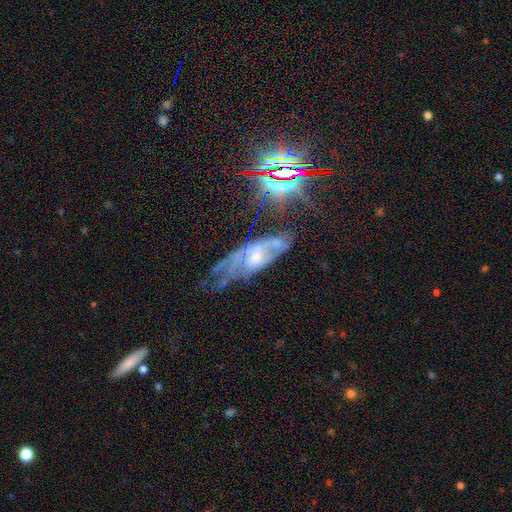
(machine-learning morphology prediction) Smooth or featured?
  - featured or disk: 68% *
  - star or artifact: 16%
  - smooth: 15%
Edge-on disk?
  - no: 83% *
  - yes: 17%
Bar?
  - no: 58% *
  - weak: 33%
  - strong: 9%
Spiral arms?
  - yes: 74% *
  - no: 26%
Bulge size?
  - small: 55% *
  - moderate: 35%
  - none: 6%
  - large: 2%
  - dominant: 1%
Merging?
  - none: 42% *
  - minor disturbance: 29%
  - major disturbance: 24%
  - merger: 6%